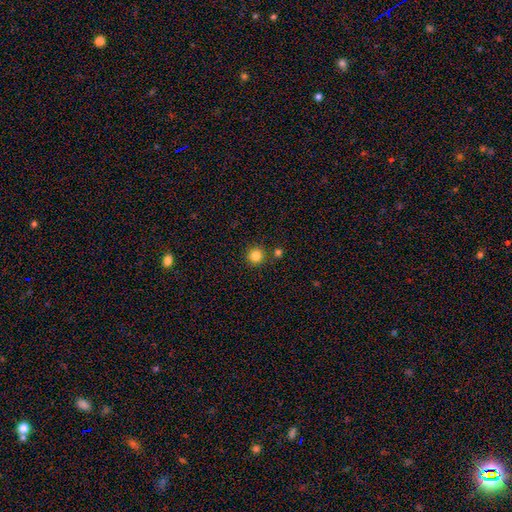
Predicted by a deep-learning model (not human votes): smooth-or-featured: smooth: 83% | star or artifact: 12% | featured or disk: 4%
  how-rounded: round: 95% | in between: 4% | cigar-shaped: 1%
  merging: none: 87% | minor disturbance: 6% | merger: 5% | major disturbance: 2%